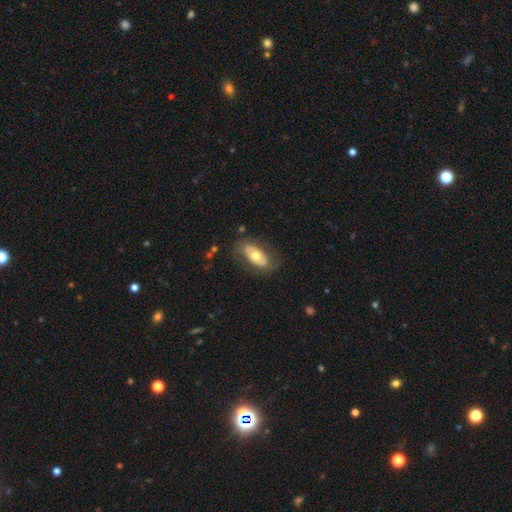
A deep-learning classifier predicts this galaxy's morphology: Q: Smooth or featured?
A: smooth (49%); runner-up: featured or disk (45%)
Q: Merging?
A: none (73%); runner-up: minor disturbance (17%)